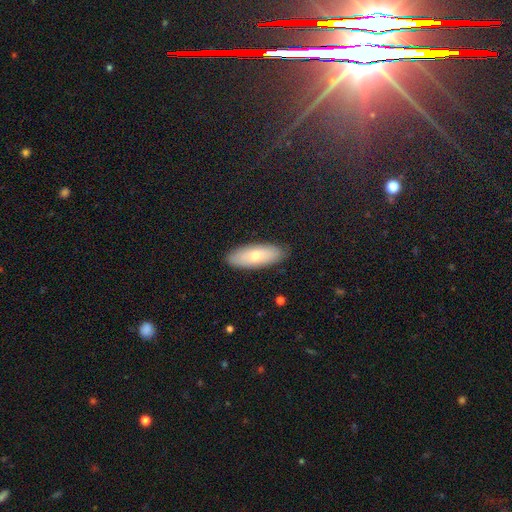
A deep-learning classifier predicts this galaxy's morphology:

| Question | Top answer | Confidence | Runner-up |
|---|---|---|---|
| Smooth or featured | smooth | 70% | featured or disk (24%) |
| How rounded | in between | 70% | cigar-shaped (27%) |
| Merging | none | 87% | minor disturbance (10%) |